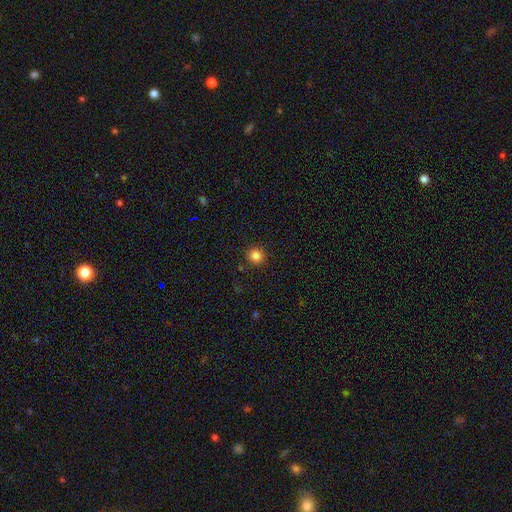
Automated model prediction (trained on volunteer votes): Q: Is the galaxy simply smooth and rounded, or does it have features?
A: smooth — 83%.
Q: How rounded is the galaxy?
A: round — 94%.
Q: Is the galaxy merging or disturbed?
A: none — 90%.